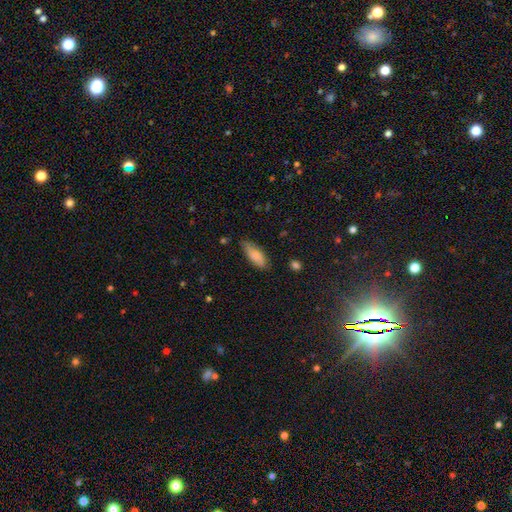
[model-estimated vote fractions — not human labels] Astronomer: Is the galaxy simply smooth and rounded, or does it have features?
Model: smooth — 81%.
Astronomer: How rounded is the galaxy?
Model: in between — 73%.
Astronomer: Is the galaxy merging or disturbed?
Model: none — 71%.